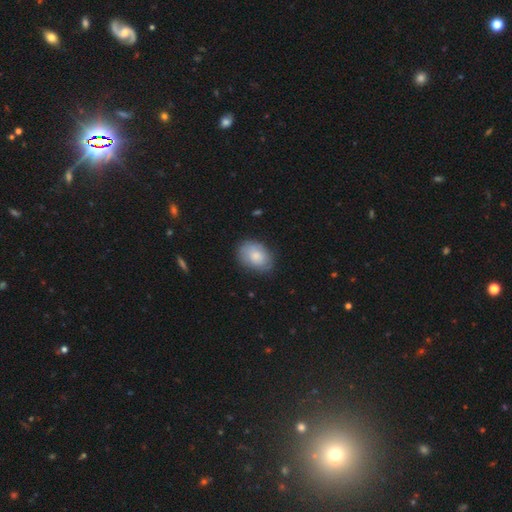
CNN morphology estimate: Q: Smooth or featured?
A: smooth (75%); runner-up: featured or disk (19%)
Q: How rounded?
A: in between (76%); runner-up: round (23%)
Q: Merging?
A: none (76%); runner-up: minor disturbance (19%)